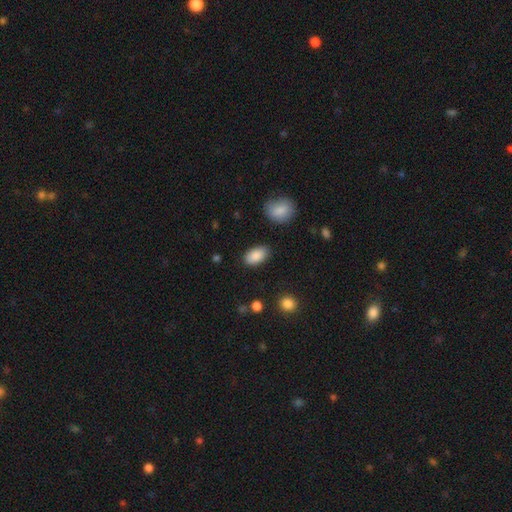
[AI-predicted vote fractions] Morphology: type=smooth (88%); roundness=in between (93%); merging=none (86%).